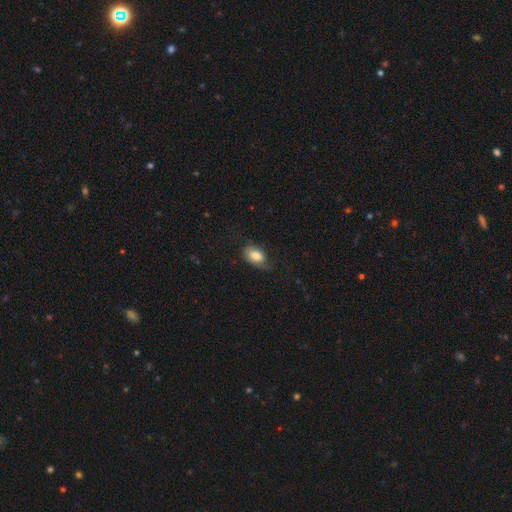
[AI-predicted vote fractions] This appears to be a smooth galaxy with no disk features (75%) that is in between round and cigar-shaped (87%). Merging: none (57%).